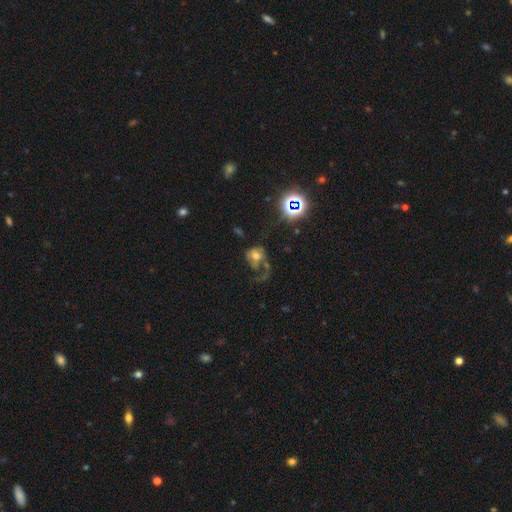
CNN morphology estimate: smooth-or-featured: smooth: 42% | featured or disk: 40% | star or artifact: 18%
  merging: major disturbance: 54% | none: 23% | minor disturbance: 14% | merger: 9%